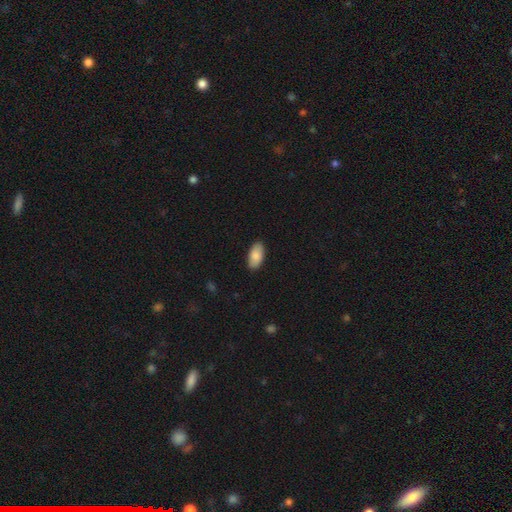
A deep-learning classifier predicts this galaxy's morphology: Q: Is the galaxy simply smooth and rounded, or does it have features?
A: smooth — 88%.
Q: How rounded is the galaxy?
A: in between — 95%.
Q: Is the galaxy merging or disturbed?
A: none — 89%.